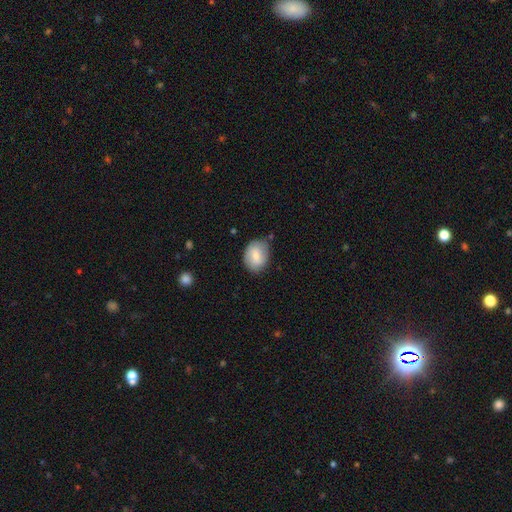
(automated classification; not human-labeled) smooth_or_featured: smooth (p=0.76) [alt: featured or disk p=0.17]
how_rounded: in between (p=0.65) [alt: round p=0.34]
merging: none (p=0.72) [alt: minor disturbance p=0.22]